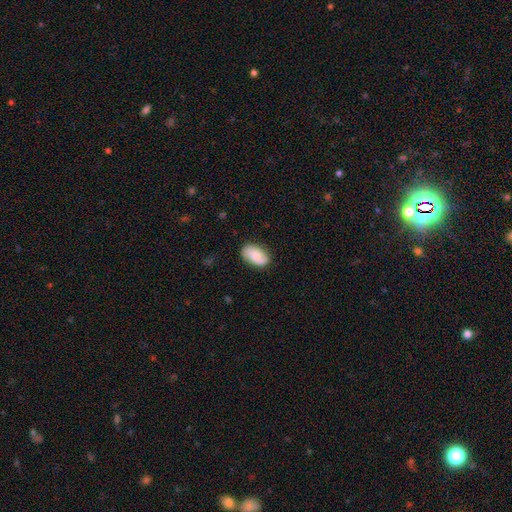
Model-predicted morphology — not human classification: smooth 67%, featured or disk 25%, star or artifact 7%. Down the decision tree: how rounded — in between (93%); merging — none (80%).